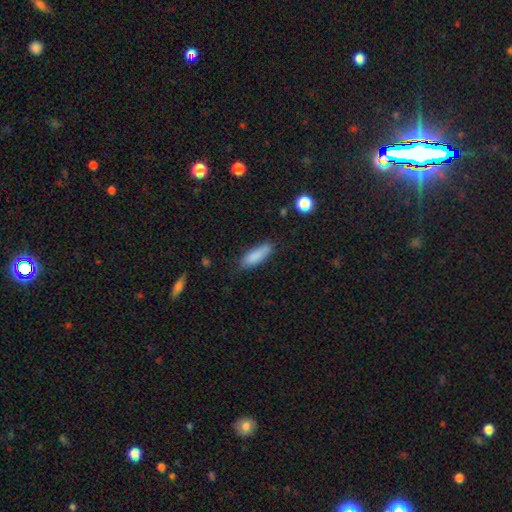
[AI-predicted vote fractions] The model was most divided on "how rounded": cigar-shaped: 50%, in between: 49%, round: 2%. More confident: smooth or featured — smooth (86%); merging — none (78%).